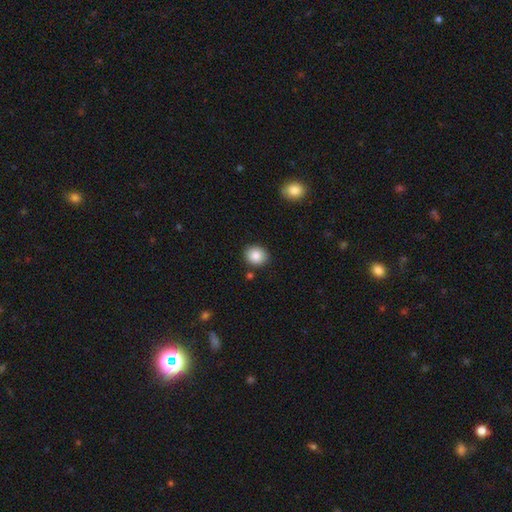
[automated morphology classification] smooth 87%, star or artifact 8%, featured or disk 4%. Down the decision tree: how rounded — round (68%); merging — none (86%).